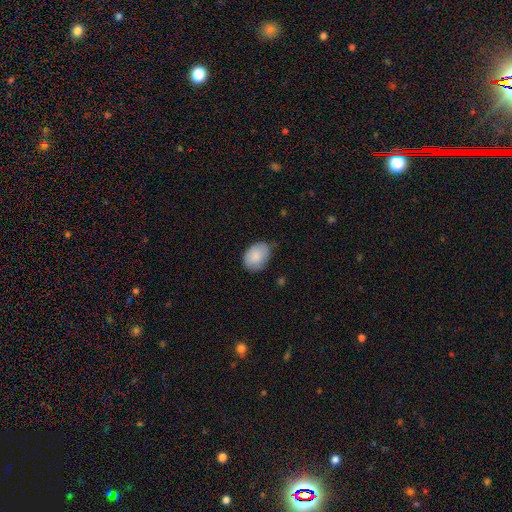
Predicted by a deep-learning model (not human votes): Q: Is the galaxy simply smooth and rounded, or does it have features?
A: smooth — 86%.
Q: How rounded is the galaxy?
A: in between — 79%.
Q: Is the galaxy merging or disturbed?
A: none — 64%.